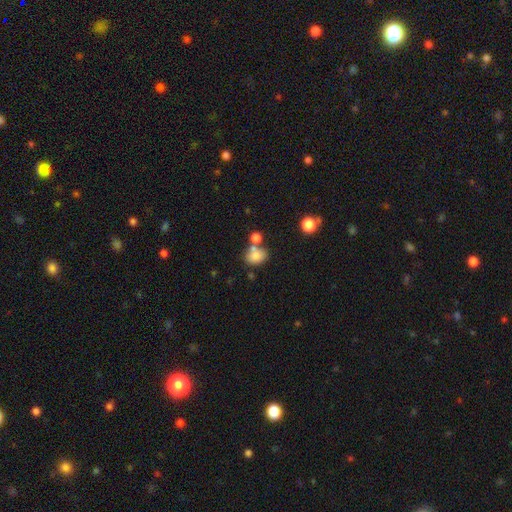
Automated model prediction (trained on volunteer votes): Morphology: type=smooth (78%); roundness=in between (52%); merging=none (54%).